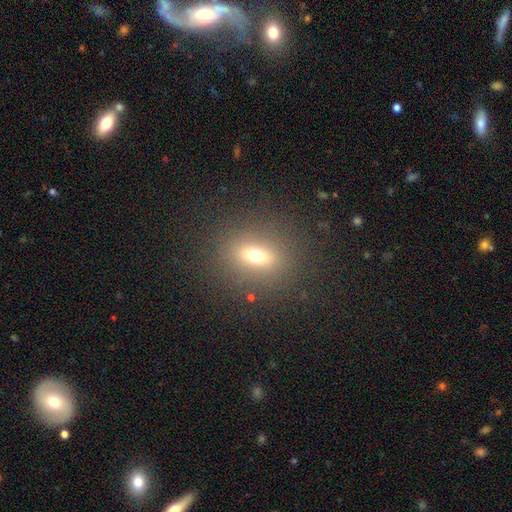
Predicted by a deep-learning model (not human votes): smooth 65%, featured or disk 19%, star or artifact 17%. Down the decision tree: how rounded — in between (51%); merging — none (85%).